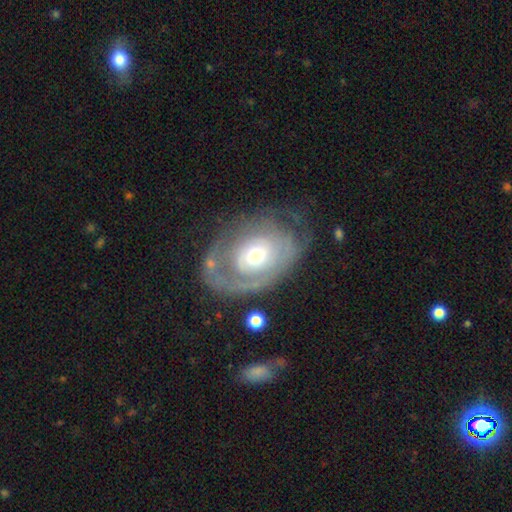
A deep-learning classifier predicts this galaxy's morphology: featured or disk 72%, smooth 22%, star or artifact 6%. Down the decision tree: edge-on disk — no (95%); bar — no (81%); spiral arms — yes (62%); bulge size — moderate (56%); merging — none (55%).